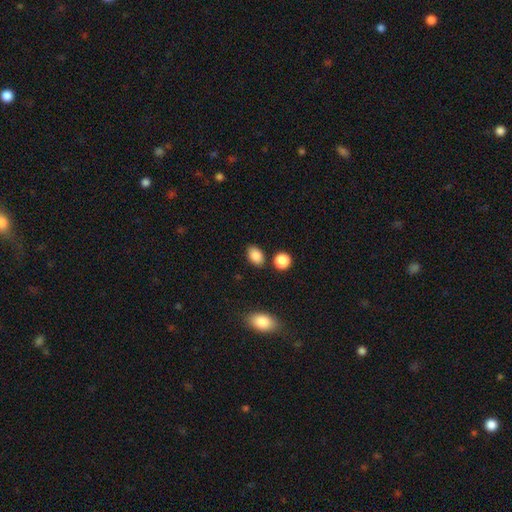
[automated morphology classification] A smooth galaxy with no disk features (87%) that is in between round and cigar-shaped (84%). Merging: none (81%).